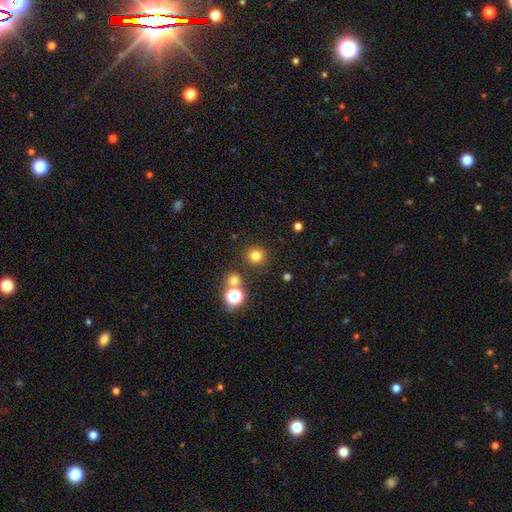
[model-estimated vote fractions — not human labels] smooth-or-featured: smooth: 76% | star or artifact: 18% | featured or disk: 6%
  how-rounded: round: 92% | in between: 7% | cigar-shaped: 1%
  merging: none: 85% | minor disturbance: 7% | merger: 5% | major disturbance: 3%